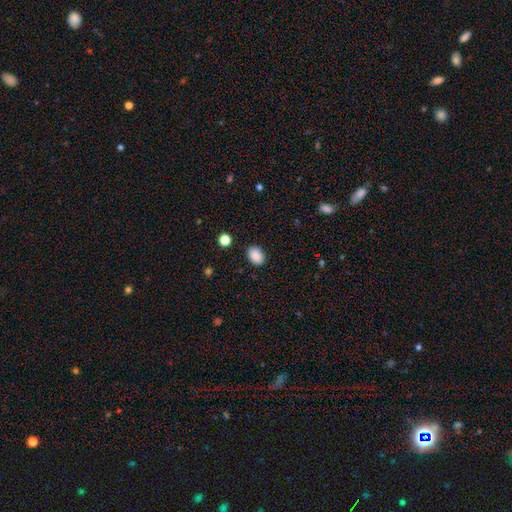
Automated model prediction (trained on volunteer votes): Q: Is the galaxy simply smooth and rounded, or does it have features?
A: smooth — 88%.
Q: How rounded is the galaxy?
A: in between — 72%.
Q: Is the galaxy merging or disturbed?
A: none — 85%.